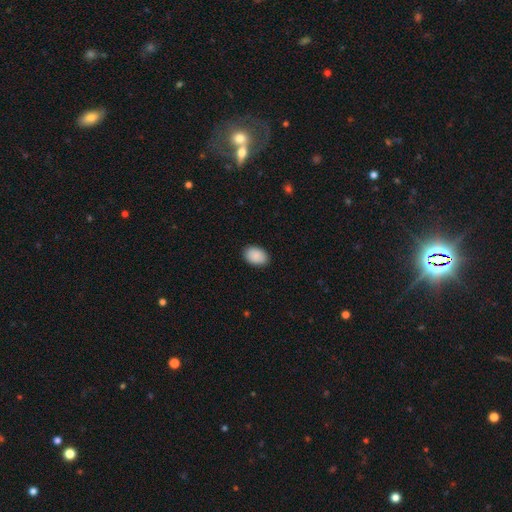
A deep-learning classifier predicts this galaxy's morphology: type=smooth (91%); roundness=in between (87%); merging=none (88%).